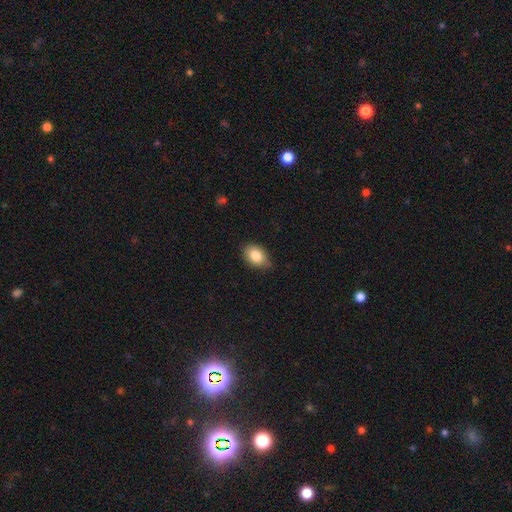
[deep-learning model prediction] This is clearly a smooth galaxy (84%). How rounded: clearly in between (83%). Merging: likely none (77%).